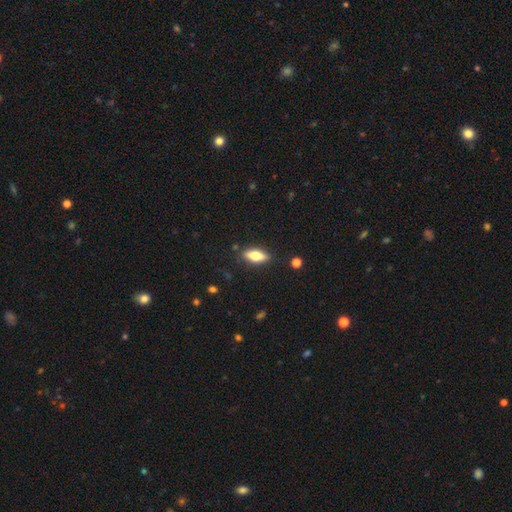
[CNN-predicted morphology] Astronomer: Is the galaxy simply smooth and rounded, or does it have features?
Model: smooth — 63%.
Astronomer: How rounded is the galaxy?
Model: in between — 69%.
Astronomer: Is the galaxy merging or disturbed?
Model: none — 85%.